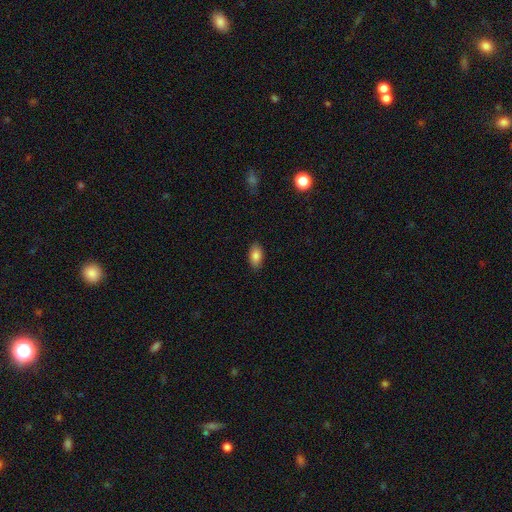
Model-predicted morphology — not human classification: type=smooth (83%); roundness=in between (92%); merging=none (89%).